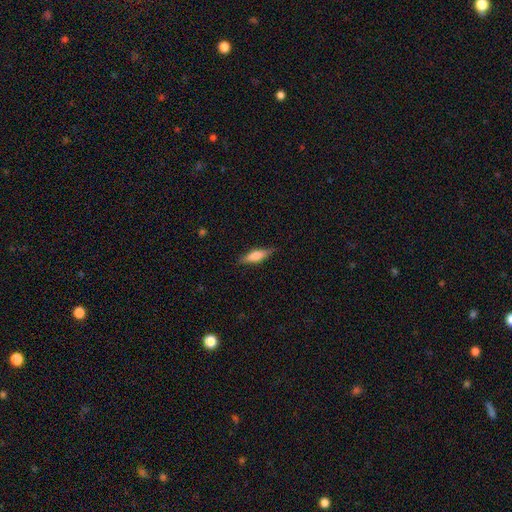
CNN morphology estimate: Smooth or featured? smooth (65%)
How rounded? cigar-shaped (58%)
Merging? none (84%)